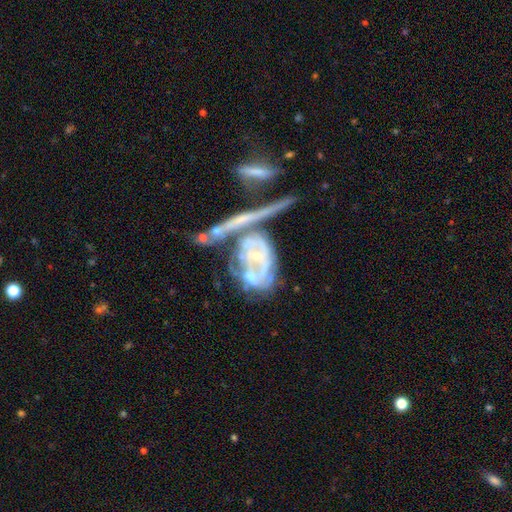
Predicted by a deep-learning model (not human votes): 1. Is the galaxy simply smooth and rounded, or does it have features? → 76% featured or disk, 15% smooth, 9% star or artifact.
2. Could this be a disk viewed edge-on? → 91% no, 9% yes.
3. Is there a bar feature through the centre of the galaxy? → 73% no, 19% weak, 8% strong.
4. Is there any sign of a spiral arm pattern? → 61% yes, 39% no.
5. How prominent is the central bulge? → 59% small, 28% moderate, 10% none, 2% large, 1% dominant.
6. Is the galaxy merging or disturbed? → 44% merger, 24% major disturbance, 19% none, 13% minor disturbance.